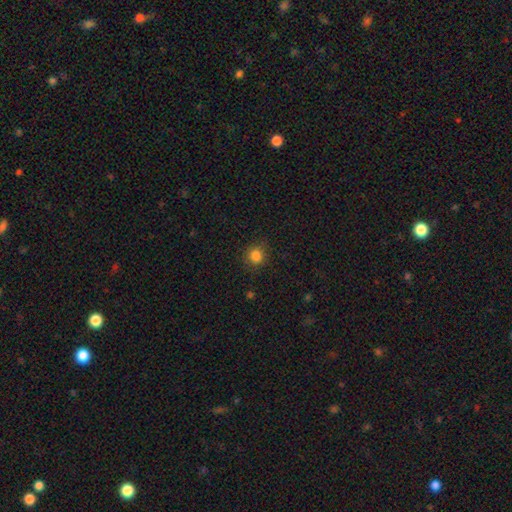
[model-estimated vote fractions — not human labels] Smooth or featured?
  - smooth: 84% *
  - star or artifact: 12%
  - featured or disk: 4%
How rounded?
  - round: 85% *
  - in between: 14%
  - cigar-shaped: 1%
Merging?
  - none: 86% *
  - minor disturbance: 10%
  - major disturbance: 3%
  - merger: 1%